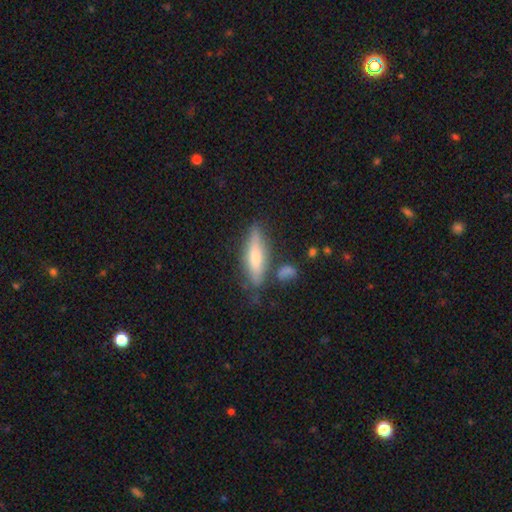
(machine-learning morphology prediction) A smooth galaxy with no disk features (48%).

Vote fractions:
- Smooth or featured? smooth: 48% / featured or disk: 45% / star or artifact: 7%
- Merging? none: 71% / minor disturbance: 17% / merger: 7% / major disturbance: 4%